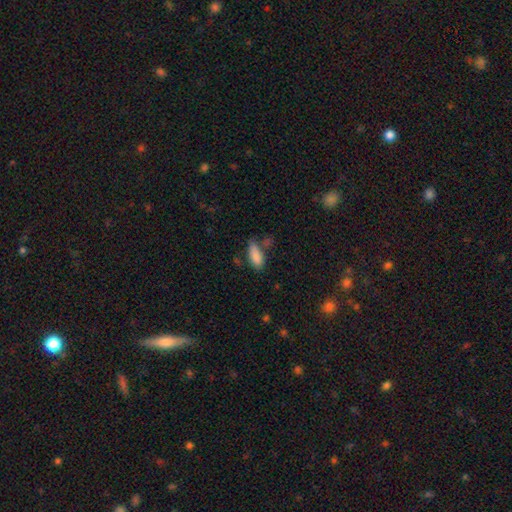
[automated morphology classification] Smooth or featured?
  - smooth: 86% *
  - star or artifact: 8%
  - featured or disk: 6%
How rounded?
  - in between: 76% *
  - cigar-shaped: 22%
  - round: 2%
Merging?
  - none: 58% *
  - minor disturbance: 26%
  - merger: 9%
  - major disturbance: 7%